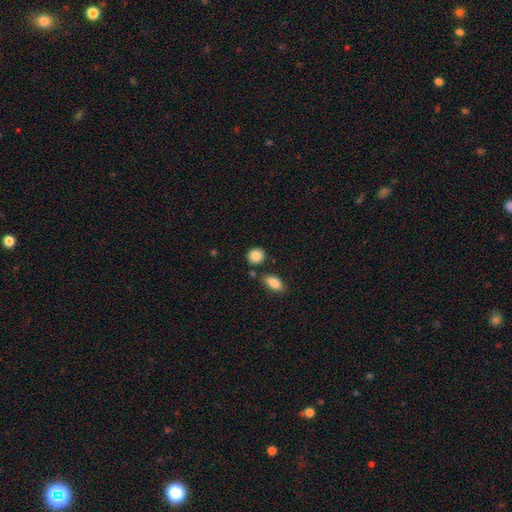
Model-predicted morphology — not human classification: Q: Smooth or featured?
A: smooth (86%); runner-up: star or artifact (8%)
Q: How rounded?
A: round (81%); runner-up: in between (18%)
Q: Merging?
A: none (81%); runner-up: minor disturbance (9%)